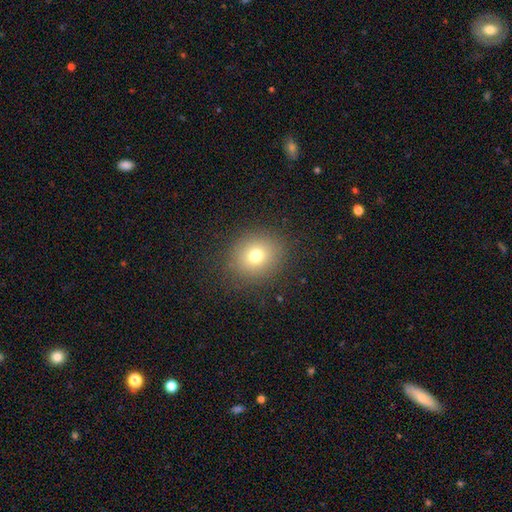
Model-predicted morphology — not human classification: smooth_or_featured: smooth (p=0.73) [alt: star or artifact p=0.15]
how_rounded: round (p=0.76) [alt: in between p=0.23]
merging: none (p=0.87) [alt: minor disturbance p=0.08]